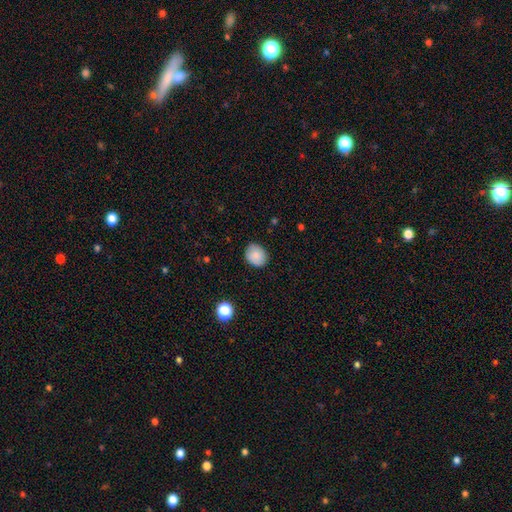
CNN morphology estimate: smooth 86%, star or artifact 8%, featured or disk 6%. Down the decision tree: how rounded — round (59%); merging — none (86%).